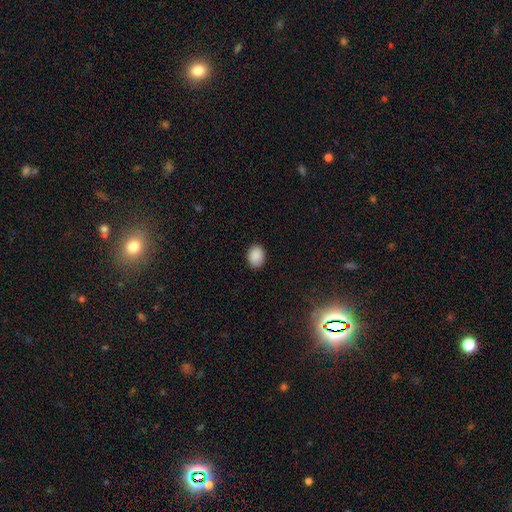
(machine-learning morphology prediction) A smooth galaxy with no disk features (89%) that is in between round and cigar-shaped (62%).

Vote fractions:
- Smooth or featured? smooth: 89% / star or artifact: 8% / featured or disk: 2%
- How rounded? in between: 62% / round: 37% / cigar-shaped: 1%
- Merging? none: 89% / minor disturbance: 8% / major disturbance: 2% / merger: 1%